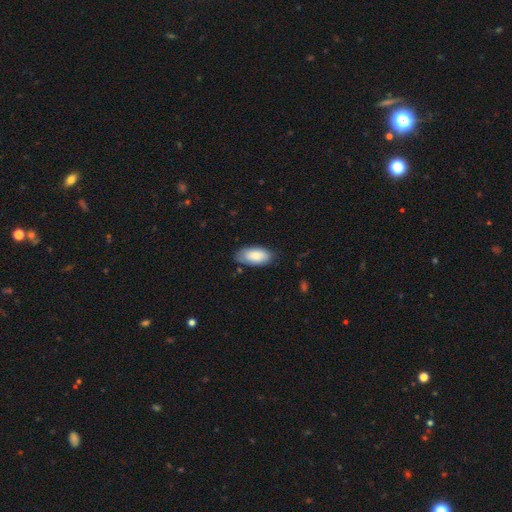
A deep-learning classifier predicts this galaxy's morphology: This appears to be a smooth galaxy with no disk features (85%) that is in between round and cigar-shaped (93%). Merging: none (76%).